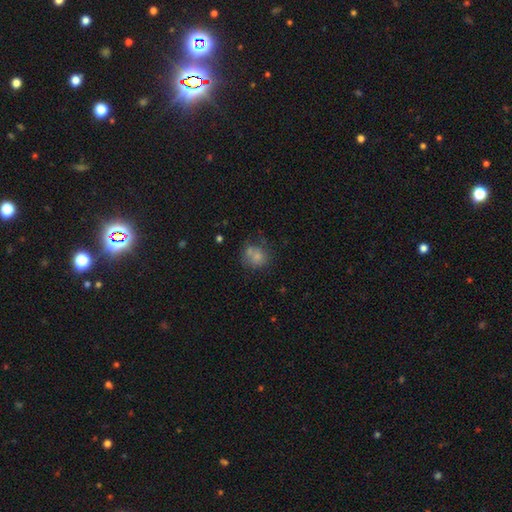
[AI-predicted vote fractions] Smooth or featured? smooth (72%)
How rounded? round (73%)
Merging? none (43%)